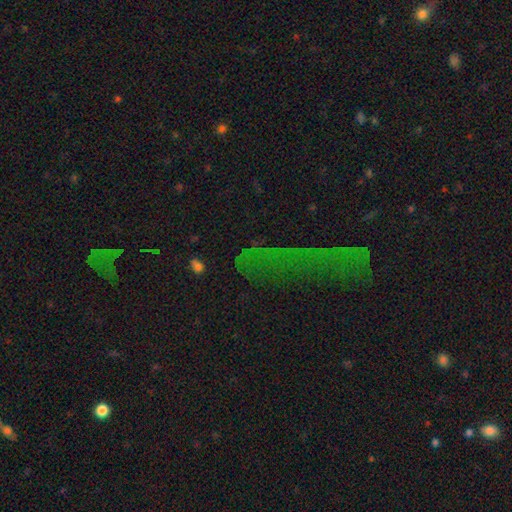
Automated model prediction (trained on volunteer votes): This is likely a star or artifact rather than a galaxy (70%).